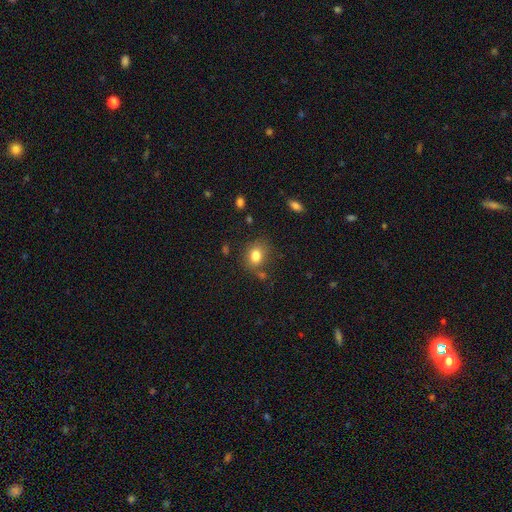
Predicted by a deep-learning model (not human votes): A smooth galaxy with no disk features (81%) that is in between round and cigar-shaped (54%). Merging: none (71%).